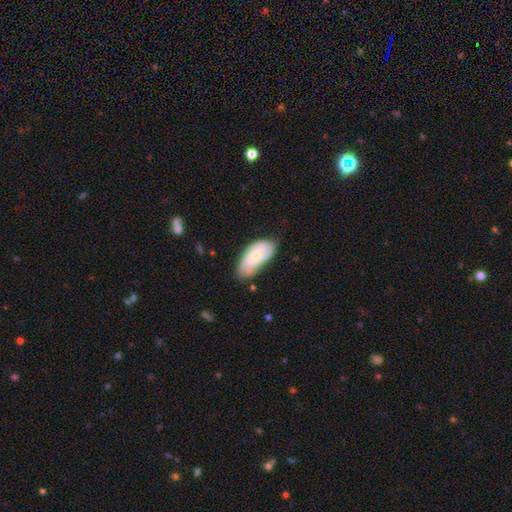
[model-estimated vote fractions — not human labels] This appears to be a smooth galaxy with no disk features (52%) that is in between round and cigar-shaped (90%). Merging: none (56%).